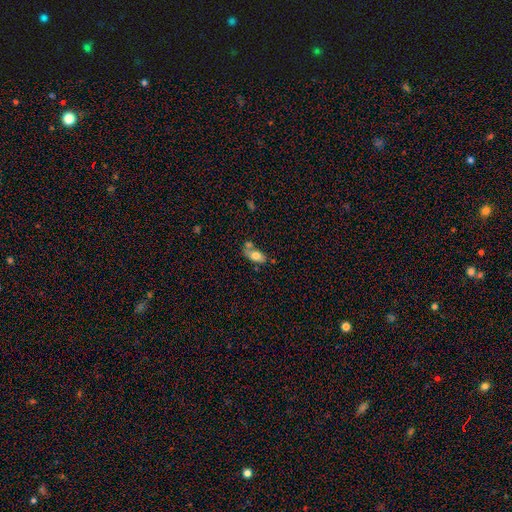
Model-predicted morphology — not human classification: Smooth or featured?
  - smooth: 73% *
  - featured or disk: 19%
  - star or artifact: 8%
How rounded?
  - in between: 87% *
  - cigar-shaped: 7%
  - round: 6%
Merging?
  - none: 44% *
  - merger: 29%
  - minor disturbance: 20%
  - major disturbance: 8%